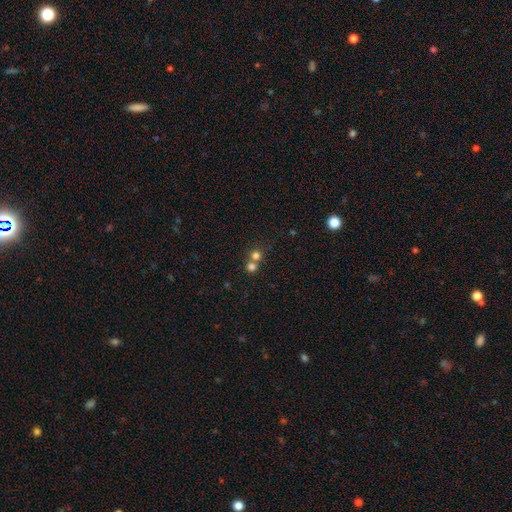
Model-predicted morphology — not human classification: smooth_or_featured: smooth (p=0.75) [alt: star or artifact p=0.16]
how_rounded: round (p=0.90) [alt: in between p=0.10]
merging: merger (p=0.48) [alt: none p=0.45]